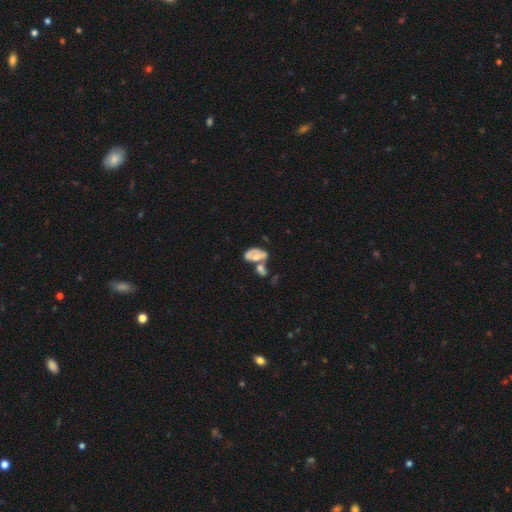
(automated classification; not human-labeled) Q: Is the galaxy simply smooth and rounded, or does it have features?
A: smooth — 47%.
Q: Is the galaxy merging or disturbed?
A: merger — 53%.